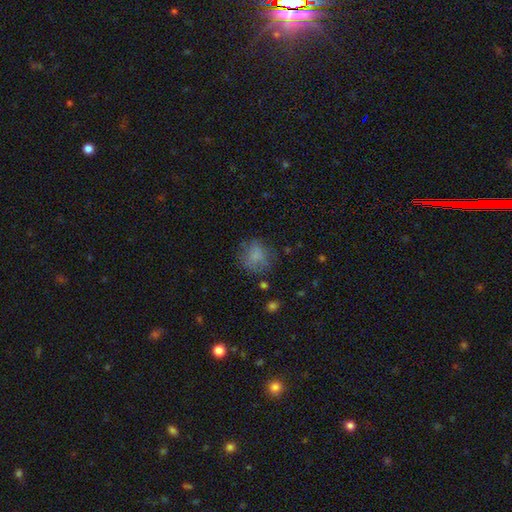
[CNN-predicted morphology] Smooth or featured? smooth (71%)
How rounded? round (79%)
Merging? none (64%)